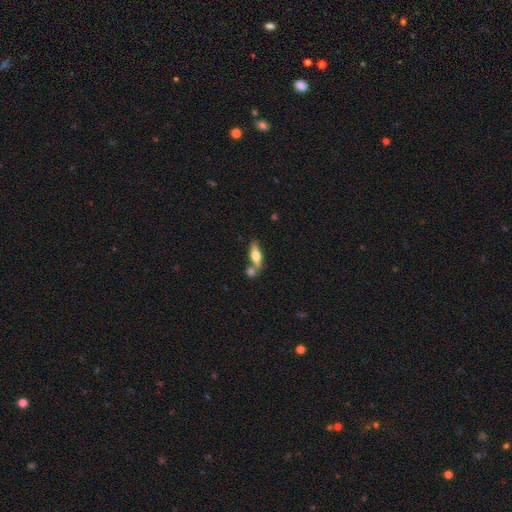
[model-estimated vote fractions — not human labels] Smooth or featured?
  - smooth: 50% *
  - featured or disk: 43%
  - star or artifact: 7%
How rounded?
  - in between: 56% *
  - cigar-shaped: 40%
  - round: 4%
Merging?
  - none: 54% *
  - merger: 29%
  - minor disturbance: 13%
  - major disturbance: 4%